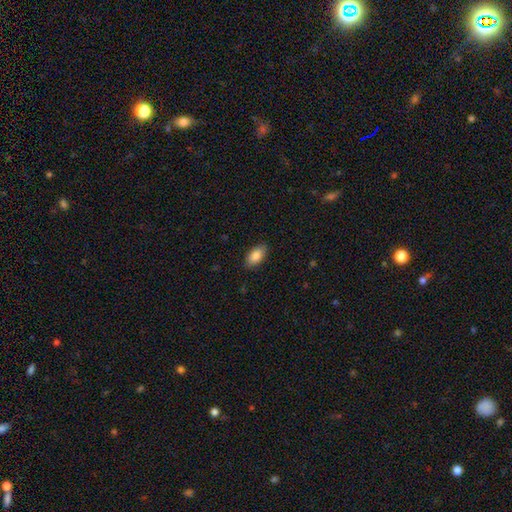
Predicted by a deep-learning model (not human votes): A smooth galaxy with no disk features (87%) that is in between round and cigar-shaped (93%).

Vote fractions:
- Smooth or featured? smooth: 87% / featured or disk: 7% / star or artifact: 7%
- How rounded? in between: 93% / round: 4% / cigar-shaped: 3%
- Merging? none: 87% / minor disturbance: 9% / major disturbance: 2% / merger: 1%